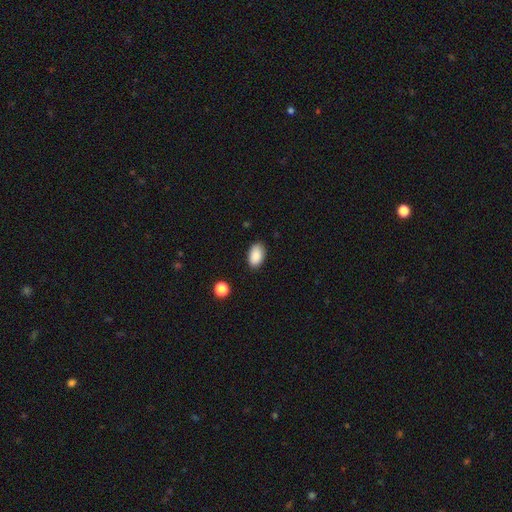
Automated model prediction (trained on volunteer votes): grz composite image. It shows a smooth galaxy with no disk features (89%) that is in between round and cigar-shaped (92%). Merging: none (86%).